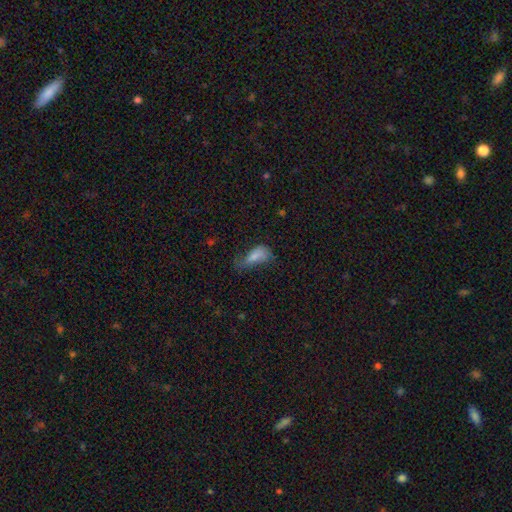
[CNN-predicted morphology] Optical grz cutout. It shows a smooth galaxy with no disk features (72%) that is in between round and cigar-shaped (84%). Merging: major disturbance (35%).